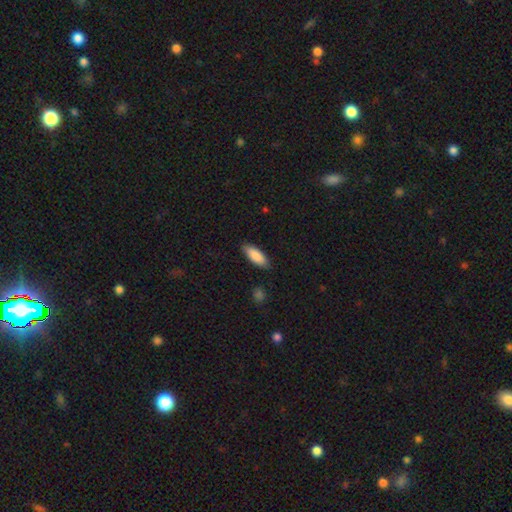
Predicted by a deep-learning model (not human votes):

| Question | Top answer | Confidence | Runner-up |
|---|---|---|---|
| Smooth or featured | smooth | 87% | featured or disk (7%) |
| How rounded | in between | 73% | cigar-shaped (25%) |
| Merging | none | 85% | minor disturbance (12%) |